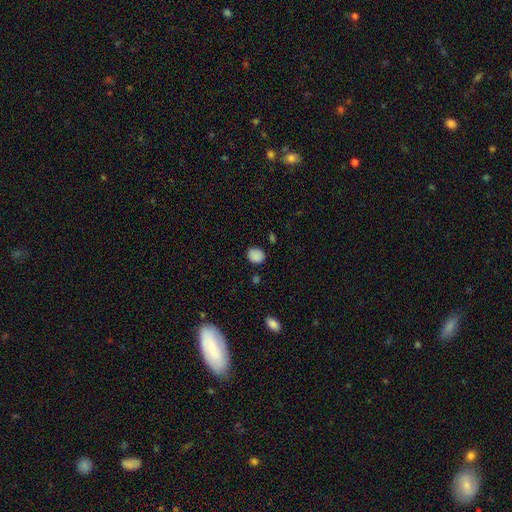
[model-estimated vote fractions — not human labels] Morphology: type=smooth (86%); roundness=round (63%); merging=none (78%).